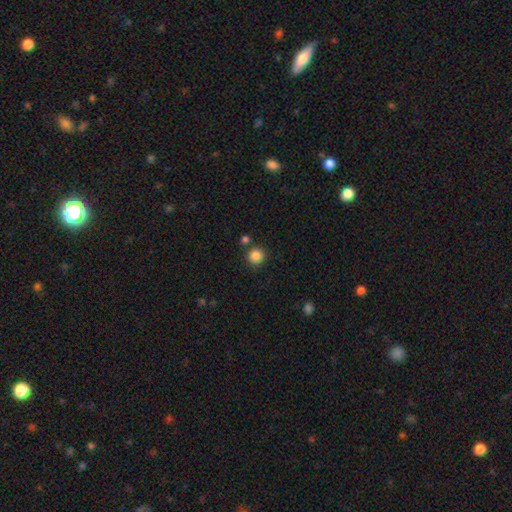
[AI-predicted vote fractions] A smooth galaxy with no disk features (86%) that is round (94%).

Vote fractions:
- Smooth or featured? smooth: 86% / star or artifact: 11% / featured or disk: 3%
- How rounded? round: 94% / in between: 5% / cigar-shaped: 1%
- Merging? none: 83% / minor disturbance: 8% / merger: 7% / major disturbance: 3%